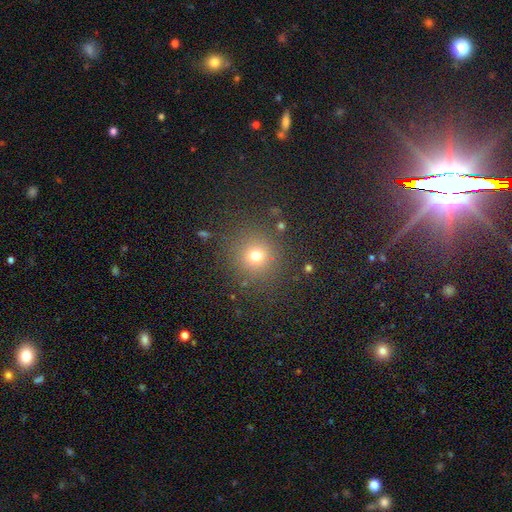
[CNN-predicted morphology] smooth_or_featured: smooth (p=0.71) [alt: star or artifact p=0.20]
how_rounded: round (p=0.92) [alt: in between p=0.07]
merging: none (p=0.85) [alt: minor disturbance p=0.08]